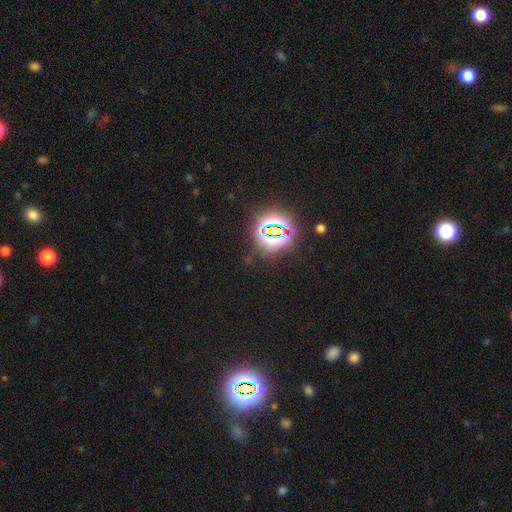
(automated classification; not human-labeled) smooth_or_featured: star or artifact (p=0.78) [alt: smooth p=0.14]